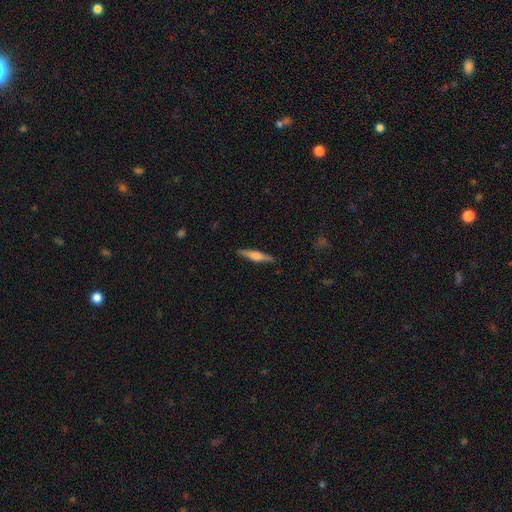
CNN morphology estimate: smooth_or_featured: featured or disk (p=0.55) [alt: smooth p=0.39]
disk_edge_on: yes (p=0.97) [alt: no p=0.03]
edge_on_bulge: rounded (p=0.67) [alt: boxy p=0.24]
merging: none (p=0.89) [alt: minor disturbance p=0.08]